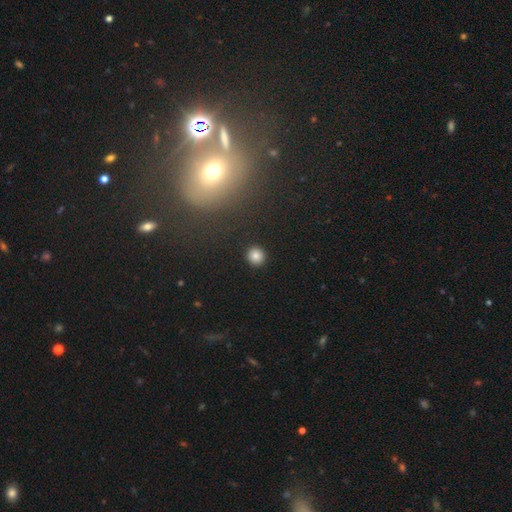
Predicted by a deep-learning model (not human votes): smooth-or-featured: smooth: 83% | star or artifact: 12% | featured or disk: 5%
  how-rounded: round: 93% | in between: 6% | cigar-shaped: 1%
  merging: none: 93% | minor disturbance: 5% | major disturbance: 2% | merger: 1%